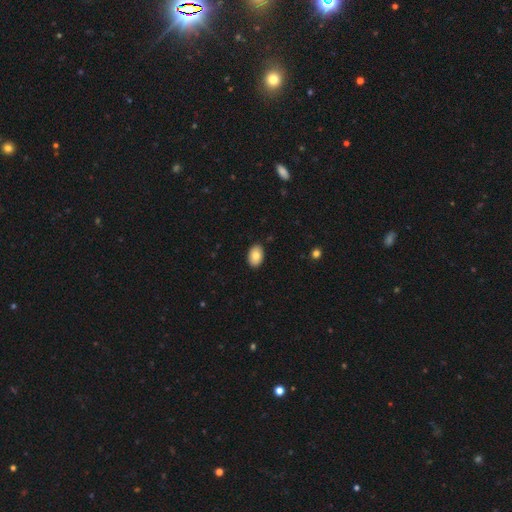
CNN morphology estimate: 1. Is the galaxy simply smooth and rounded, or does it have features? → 79% smooth, 14% featured or disk, 7% star or artifact.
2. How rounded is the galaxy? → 87% in between, 12% round, 1% cigar-shaped.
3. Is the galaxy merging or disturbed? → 89% none, 8% minor disturbance, 2% major disturbance, 1% merger.